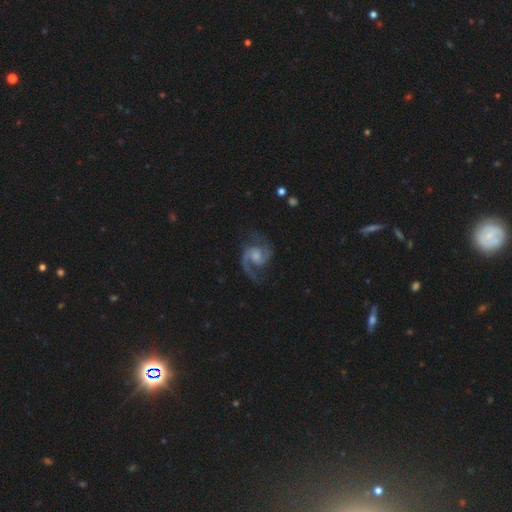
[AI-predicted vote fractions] Smooth or featured? featured or disk (90%)
Edge-on disk? no (98%)
Bar? no (56%)
Spiral arms? yes (98%)
Spiral winding? medium (57%)
Spiral arm count? 2 (87%)
Bulge size? moderate (41%)
Merging? none (70%)